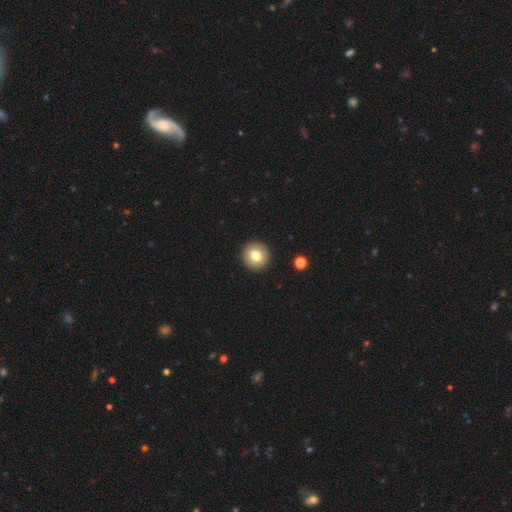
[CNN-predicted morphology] Smooth or featured?
  - smooth: 78% *
  - featured or disk: 12%
  - star or artifact: 10%
How rounded?
  - round: 95% *
  - in between: 4%
  - cigar-shaped: 1%
Merging?
  - none: 93% *
  - minor disturbance: 4%
  - major disturbance: 2%
  - merger: 1%